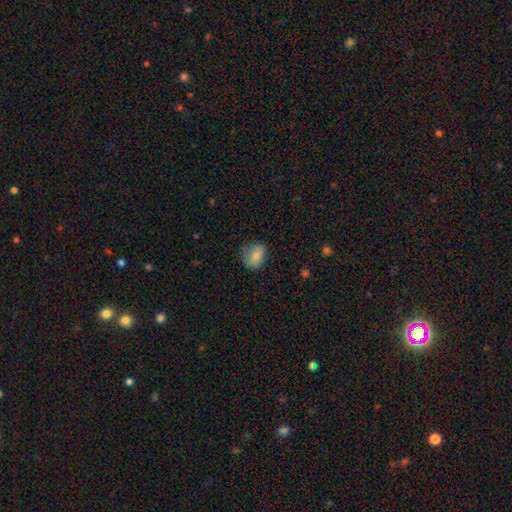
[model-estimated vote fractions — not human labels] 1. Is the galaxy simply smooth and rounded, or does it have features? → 79% smooth, 13% featured or disk, 9% star or artifact.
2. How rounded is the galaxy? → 52% in between, 47% round, 1% cigar-shaped.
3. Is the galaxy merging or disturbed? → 71% none, 22% minor disturbance, 6% major disturbance, 1% merger.